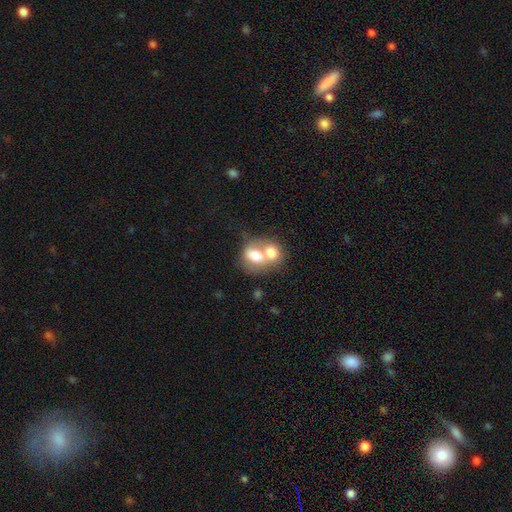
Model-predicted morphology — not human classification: type=smooth (68%); roundness=in between (52%); merging=merger (72%).